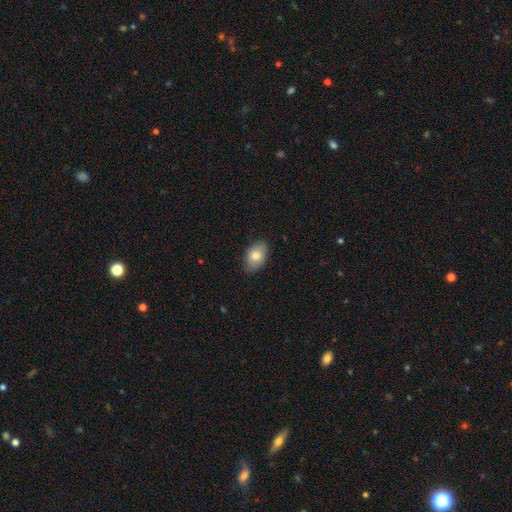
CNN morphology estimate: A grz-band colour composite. It shows a smooth galaxy with no disk features (78%) that is in between round and cigar-shaped (90%). Merging: none (82%).